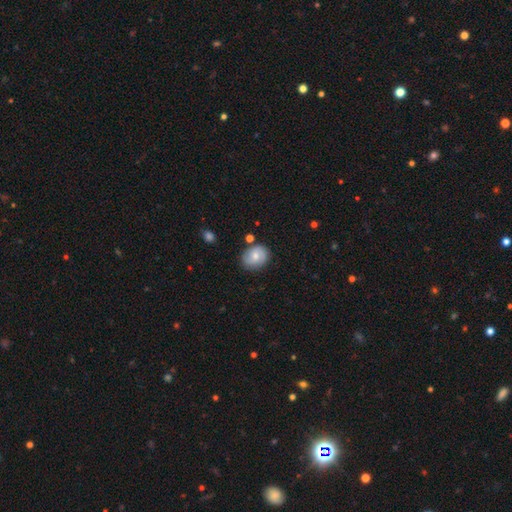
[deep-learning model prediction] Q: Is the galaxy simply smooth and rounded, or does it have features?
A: smooth — 63%.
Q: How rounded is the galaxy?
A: in between — 50%.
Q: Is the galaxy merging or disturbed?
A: none — 78%.